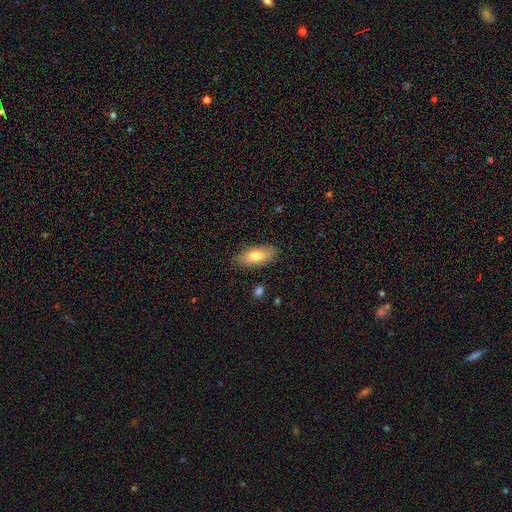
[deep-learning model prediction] This is likely a smooth galaxy (76%). How rounded: clearly in between (82%). Merging: clearly none (86%).